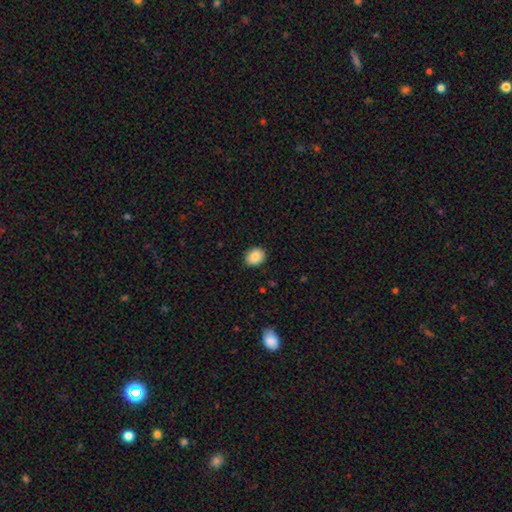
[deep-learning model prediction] A smooth galaxy with no disk features (88%) that is in between round and cigar-shaped (52%).

Vote fractions:
- Smooth or featured? smooth: 88% / star or artifact: 8% / featured or disk: 4%
- How rounded? in between: 52% / round: 47% / cigar-shaped: 1%
- Merging? none: 90% / minor disturbance: 7% / major disturbance: 2% / merger: 1%